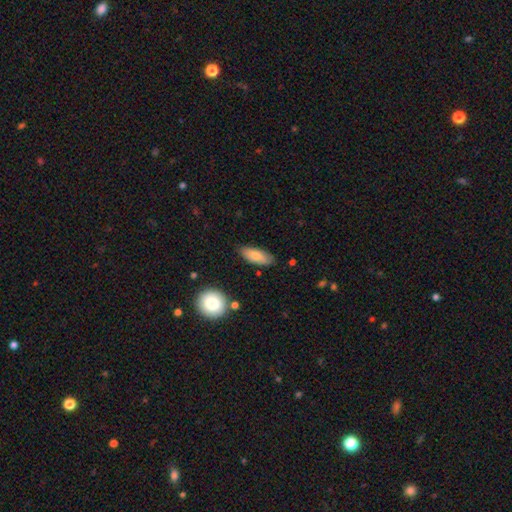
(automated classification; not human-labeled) smooth 75%, featured or disk 18%, star or artifact 7%. Down the decision tree: how rounded — in between (78%); merging — none (80%).